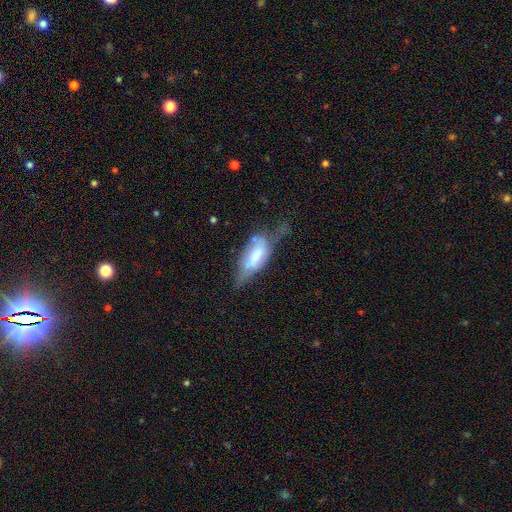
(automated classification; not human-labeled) Morphology: type=featured or disk (48%); merging=none (32%, tied with minor disturbance).